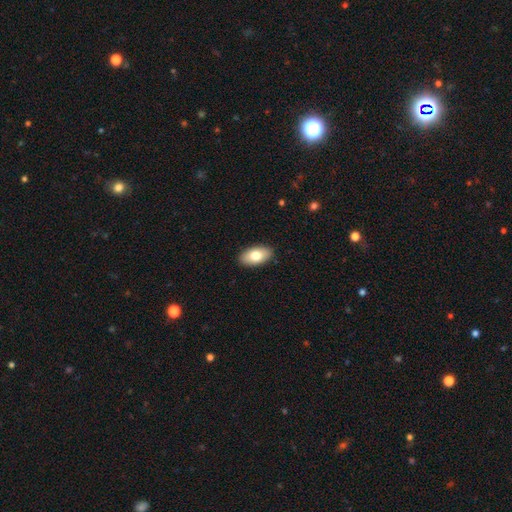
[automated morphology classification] Smooth or featured? smooth (79%)
How rounded? in between (94%)
Merging? none (90%)